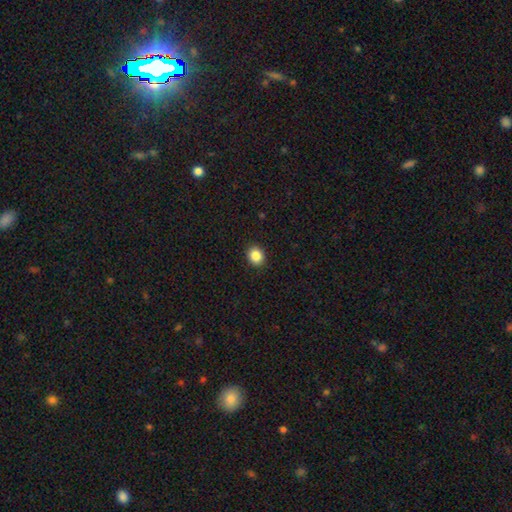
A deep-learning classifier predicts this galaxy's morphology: type=smooth (87%); roundness=round (70%); merging=none (92%).